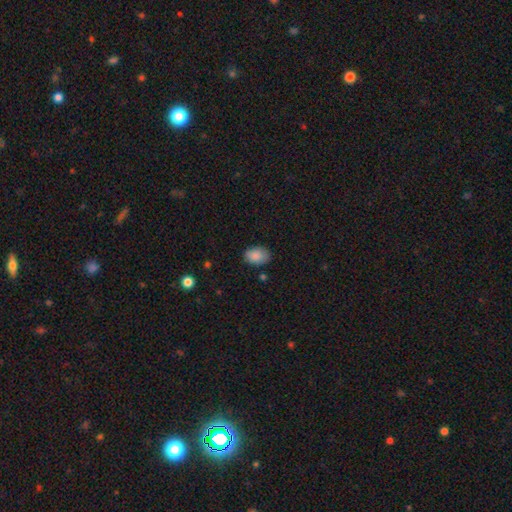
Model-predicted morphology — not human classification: Smooth or featured?
  - smooth: 87% *
  - star or artifact: 8%
  - featured or disk: 5%
How rounded?
  - in between: 82% *
  - round: 17%
  - cigar-shaped: 1%
Merging?
  - none: 78% *
  - minor disturbance: 17%
  - major disturbance: 3%
  - merger: 2%